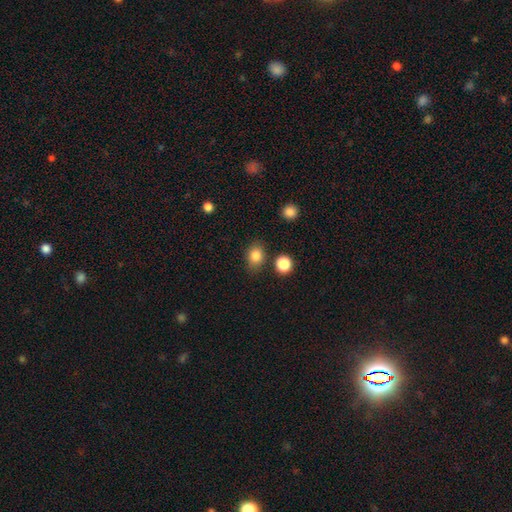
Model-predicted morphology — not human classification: A smooth galaxy with no disk features (83%) that is in between round and cigar-shaped (56%). Merging: none (78%).